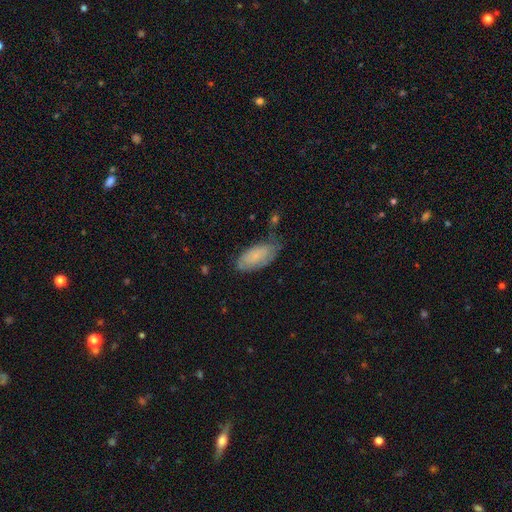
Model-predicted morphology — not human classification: Overall: smooth (72%). How rounded: in between (90%). Merging: none (54%; minor disturbance 33%).